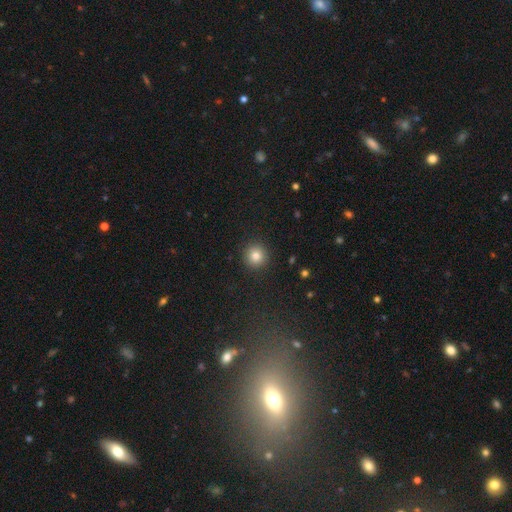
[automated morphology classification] smooth 82%, star or artifact 12%, featured or disk 7%. Down the decision tree: how rounded — round (94%); merging — none (92%).